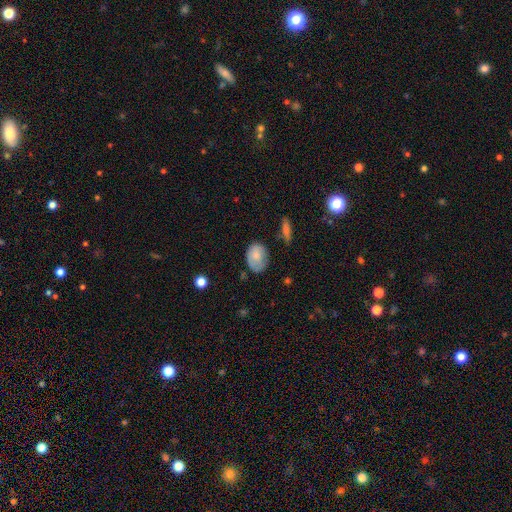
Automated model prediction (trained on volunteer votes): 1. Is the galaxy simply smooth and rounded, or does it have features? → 77% smooth, 15% featured or disk, 7% star or artifact.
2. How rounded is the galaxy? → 74% in between, 24% round, 1% cigar-shaped.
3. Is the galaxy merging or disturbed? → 55% none, 32% minor disturbance, 10% major disturbance, 3% merger.